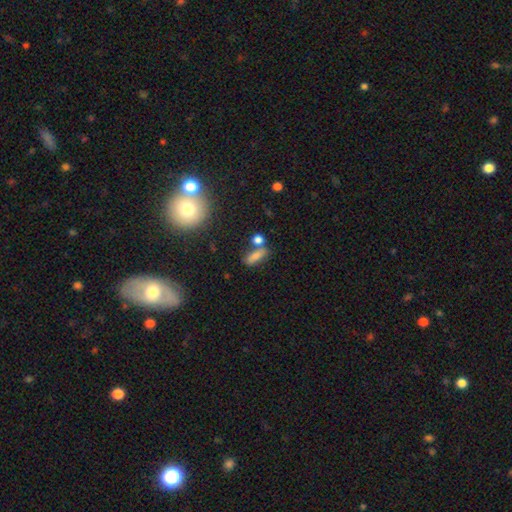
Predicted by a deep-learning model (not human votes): Morphology: type=smooth (75%); roundness=in between (58%); merging=none (57%).